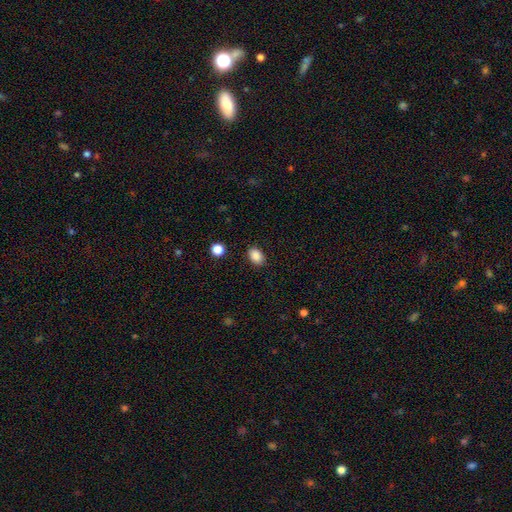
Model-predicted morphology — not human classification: Smooth or featured?
  - smooth: 87% *
  - star or artifact: 9%
  - featured or disk: 4%
How rounded?
  - in between: 75% *
  - round: 24%
  - cigar-shaped: 1%
Merging?
  - none: 87% *
  - minor disturbance: 9%
  - major disturbance: 3%
  - merger: 1%